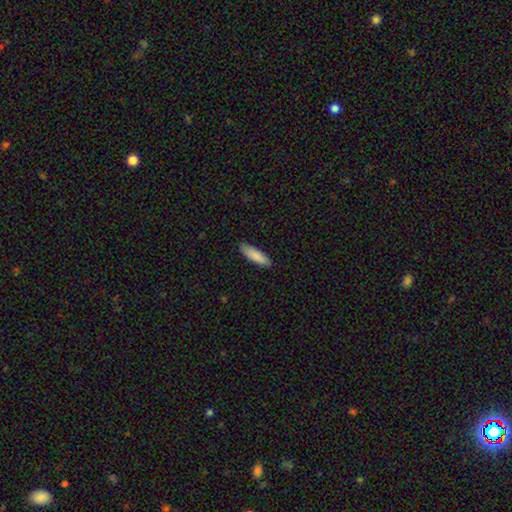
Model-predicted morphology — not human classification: type=smooth (88%); roundness=cigar-shaped (51%); merging=none (88%).